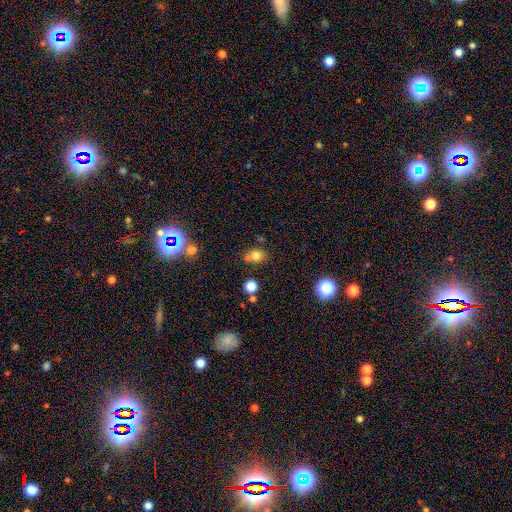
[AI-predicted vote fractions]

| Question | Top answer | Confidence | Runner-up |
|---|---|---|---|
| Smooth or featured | smooth | 75% | star or artifact (15%) |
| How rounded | round | 57% | in between (42%) |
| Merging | none | 61% | merger (22%) |